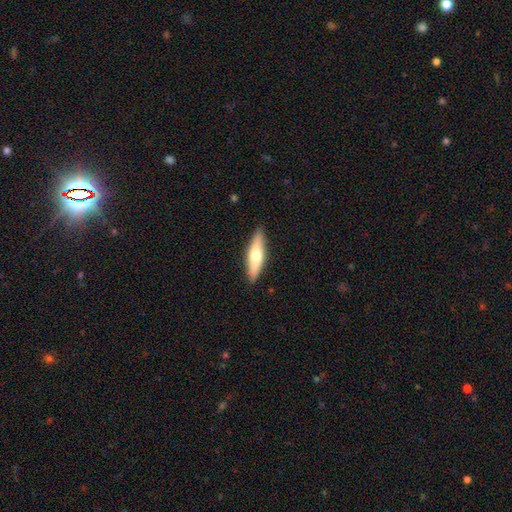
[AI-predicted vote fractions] smooth 57%, featured or disk 37%, star or artifact 5%. Down the decision tree: how rounded — cigar-shaped (65%); merging — none (88%).